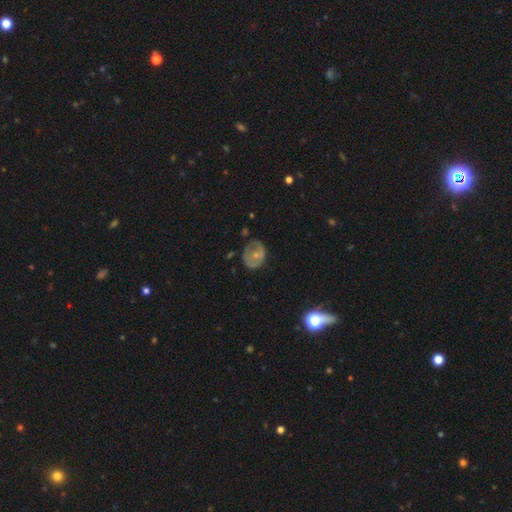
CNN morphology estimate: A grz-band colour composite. It shows a featured or disk galaxy (52%) with no bar (82%), no spiral arms (64%) and a small central bulge (61%). Merging: none (50%).